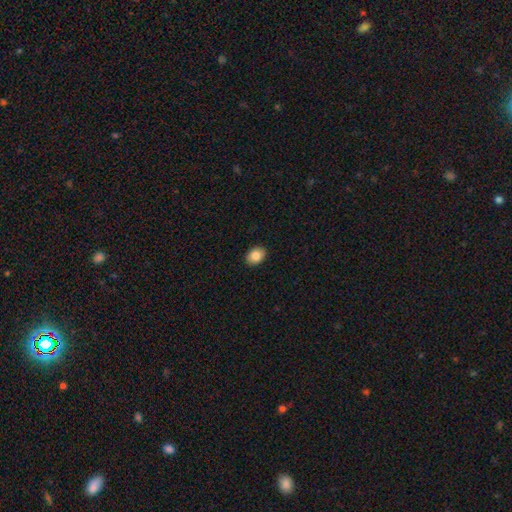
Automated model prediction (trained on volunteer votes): Smooth or featured? Predicted: smooth (p=0.86). How rounded? Predicted: in between (p=0.65). Merging? Predicted: none (p=0.91).